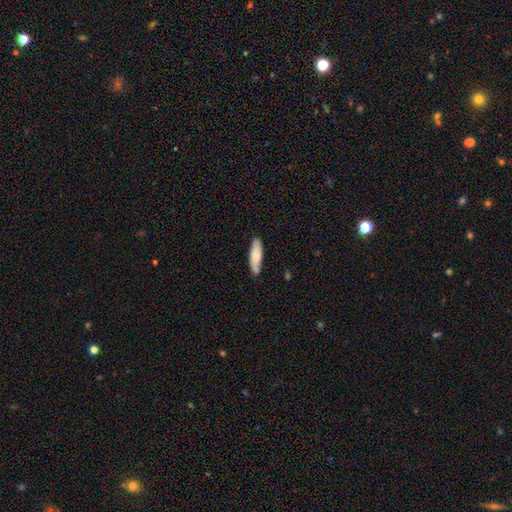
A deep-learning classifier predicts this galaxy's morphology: A smooth galaxy with no disk features (74%) that is cigar-shaped (52%). Merging: none (76%).